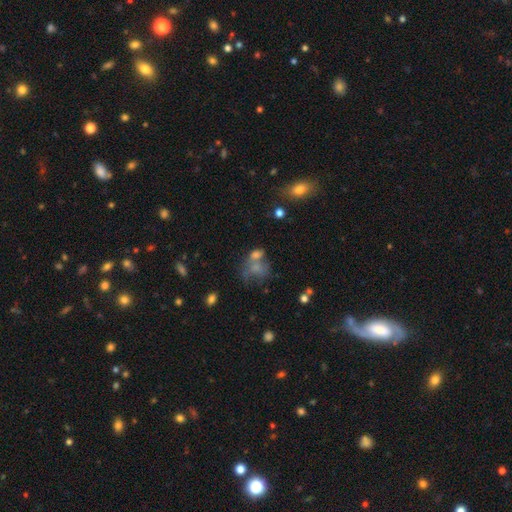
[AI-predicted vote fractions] smooth-or-featured: smooth: 58% | featured or disk: 25% | star or artifact: 17%
  how-rounded: in between: 58% | round: 40% | cigar-shaped: 2%
  merging: merger: 39% | none: 29% | major disturbance: 17% | minor disturbance: 15%